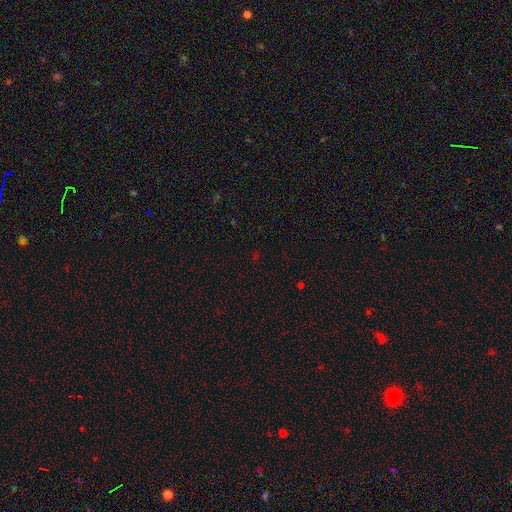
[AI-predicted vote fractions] Smooth or featured?
  - star or artifact: 66% *
  - smooth: 27%
  - featured or disk: 7%